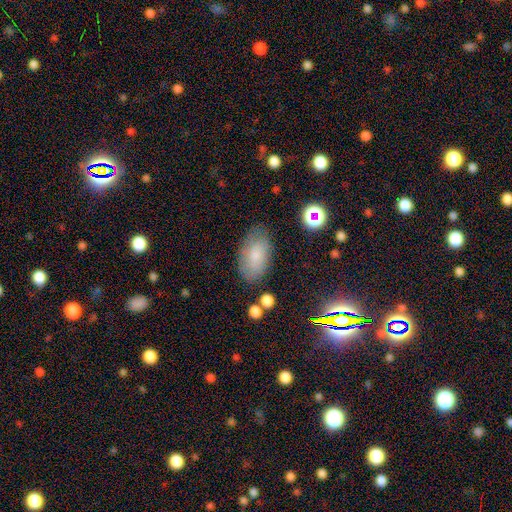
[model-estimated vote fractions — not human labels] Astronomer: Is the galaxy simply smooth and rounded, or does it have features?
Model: smooth — 73%.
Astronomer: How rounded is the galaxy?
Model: in between — 94%.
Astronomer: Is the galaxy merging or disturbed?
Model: none — 76%.